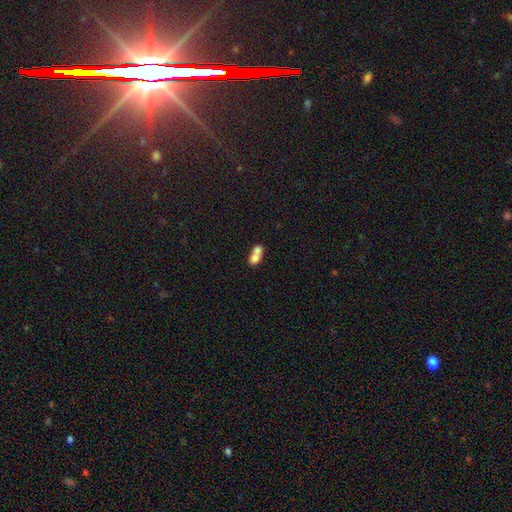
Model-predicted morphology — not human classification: Q: Smooth or featured?
A: smooth (70%); runner-up: featured or disk (21%)
Q: How rounded?
A: in between (62%); runner-up: round (35%)
Q: Merging?
A: merger (74%); runner-up: none (18%)